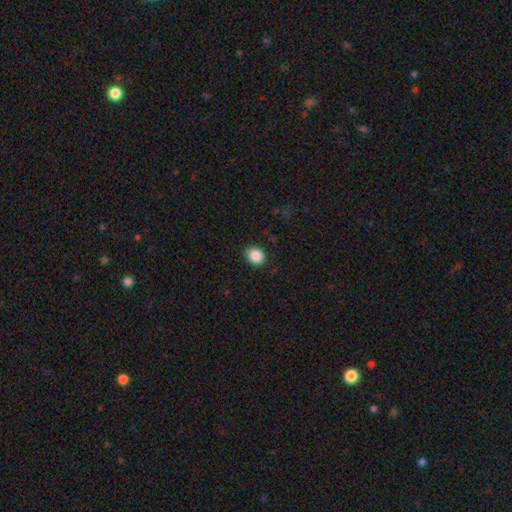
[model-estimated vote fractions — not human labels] Morphology: type=smooth (88%); roundness=round (72%); merging=none (89%).